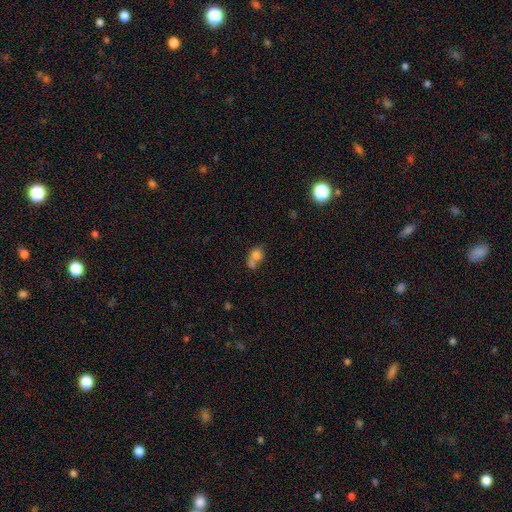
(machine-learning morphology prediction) The model was most divided on "how rounded": round: 61%, in between: 38%, cigar-shaped: 1%. More confident: smooth or featured — smooth (74%); merging — merger (56%).